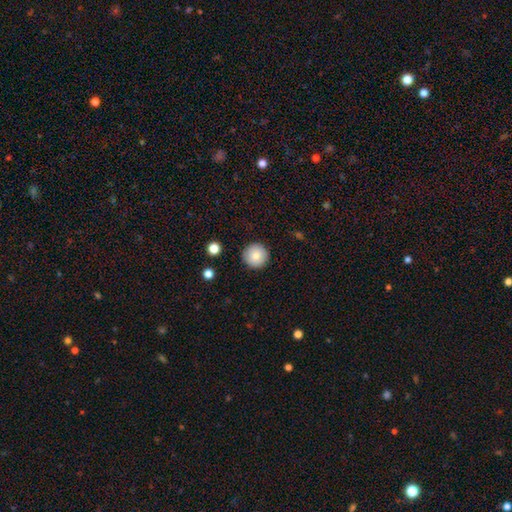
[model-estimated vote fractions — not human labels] Overall: smooth (84%). How rounded: round (96%). Merging: none (90%).